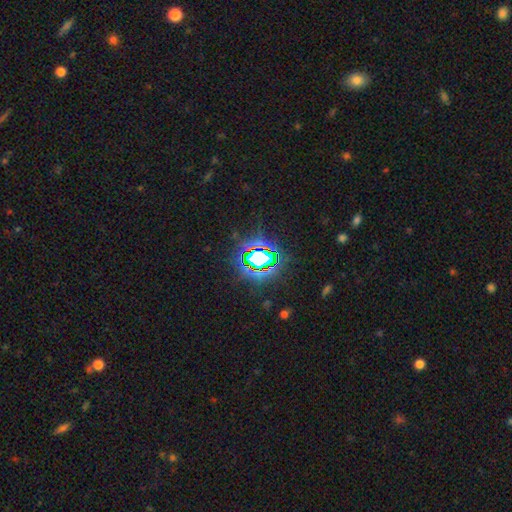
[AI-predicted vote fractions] This is clearly a star or artifact rather than a galaxy (82%).